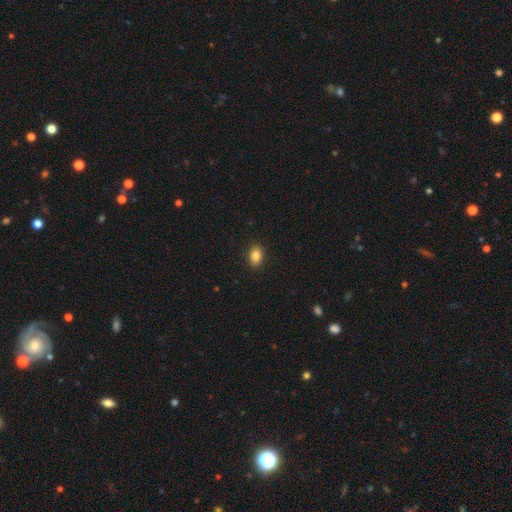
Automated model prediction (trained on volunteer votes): Smooth or featured?
  - smooth: 85% *
  - star or artifact: 9%
  - featured or disk: 5%
How rounded?
  - in between: 80% *
  - round: 18%
  - cigar-shaped: 2%
Merging?
  - none: 90% *
  - minor disturbance: 7%
  - major disturbance: 2%
  - merger: 1%